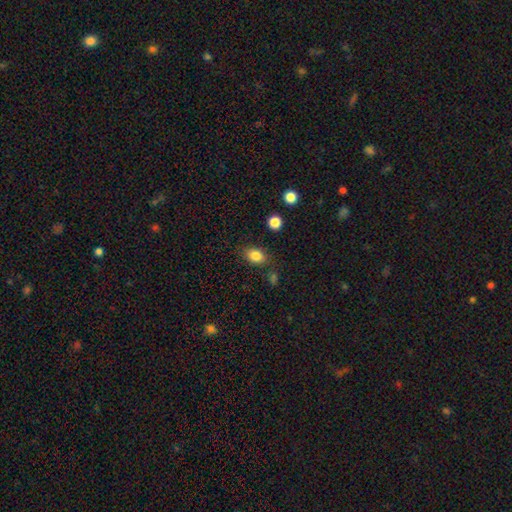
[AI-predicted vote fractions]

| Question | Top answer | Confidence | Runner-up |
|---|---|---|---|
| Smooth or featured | smooth | 83% | star or artifact (10%) |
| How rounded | in between | 74% | round (25%) |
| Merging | none | 80% | minor disturbance (14%) |